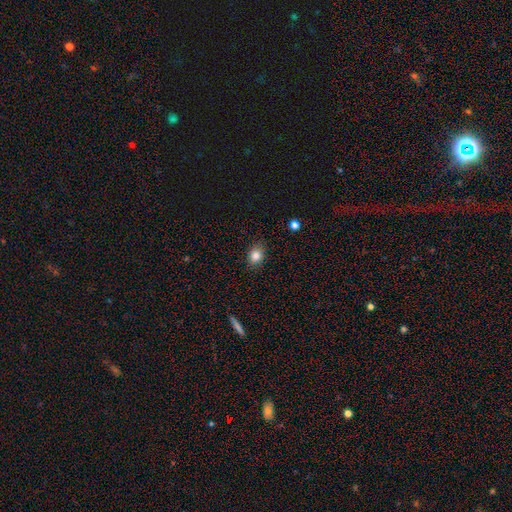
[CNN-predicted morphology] This is clearly a smooth galaxy (83%). How rounded: possibly in between (53%). Merging: clearly none (85%).